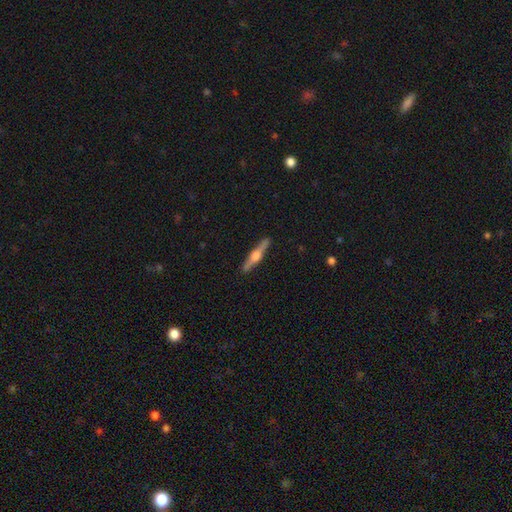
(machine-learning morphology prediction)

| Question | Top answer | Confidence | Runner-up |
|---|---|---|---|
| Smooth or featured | featured or disk | 70% | smooth (25%) |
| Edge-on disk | yes | 98% | no (2%) |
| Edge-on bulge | rounded | 93% | boxy (5%) |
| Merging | none | 91% | minor disturbance (7%) |